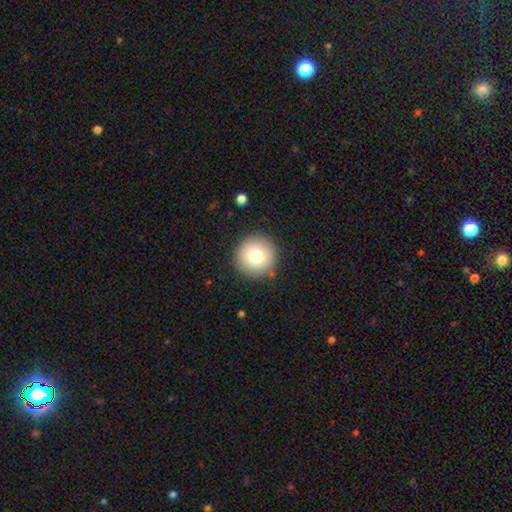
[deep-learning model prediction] This appears to be a smooth galaxy with no disk features (77%) that is round (96%). Merging: none (89%).